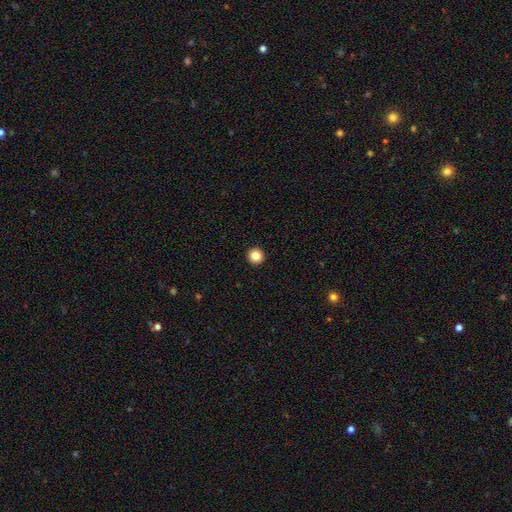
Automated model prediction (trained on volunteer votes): This appears to be a smooth galaxy with no disk features (84%) that is round (96%). Merging: none (94%).